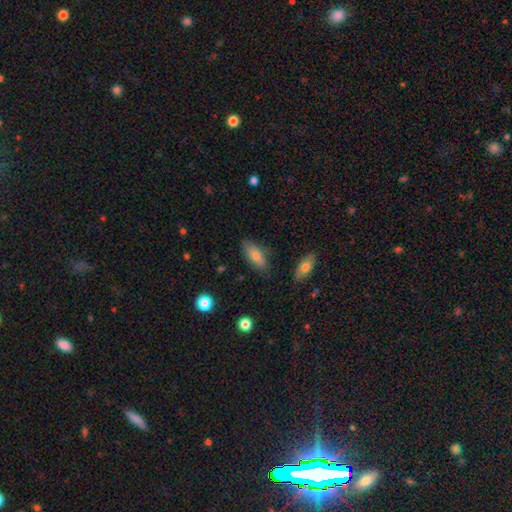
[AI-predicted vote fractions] This appears to be a smooth galaxy with no disk features (75%) that is in between round and cigar-shaped (77%). Merging: none (80%).